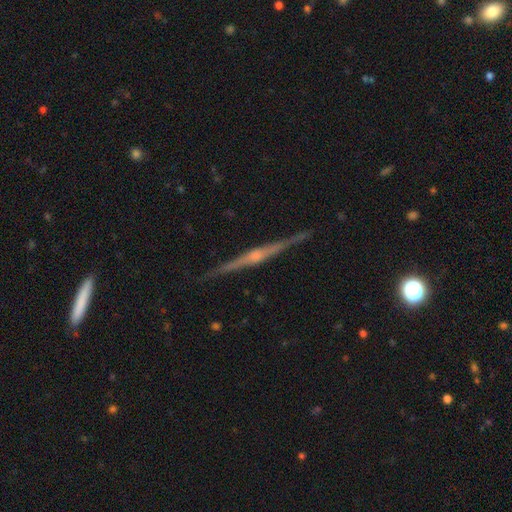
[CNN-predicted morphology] This is clearly a featured or disk galaxy (86%). It is clearly viewed edge-on (98%). Edge-on bulge: likely rounded (79%). Merging: clearly none (90%).